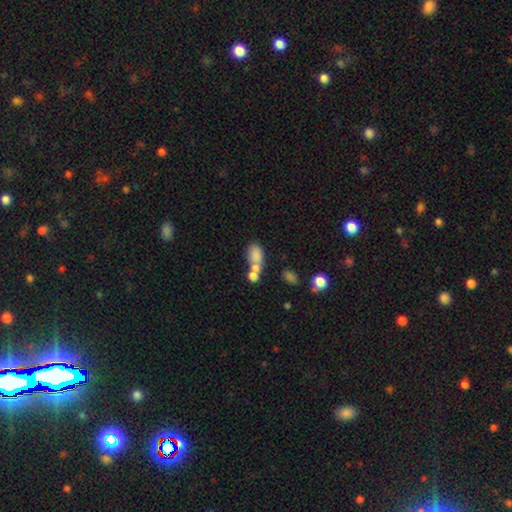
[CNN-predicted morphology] Smooth or featured? Predicted: smooth (p=0.74). How rounded? Predicted: in between (p=0.81). Merging? Predicted: merger (p=0.48).